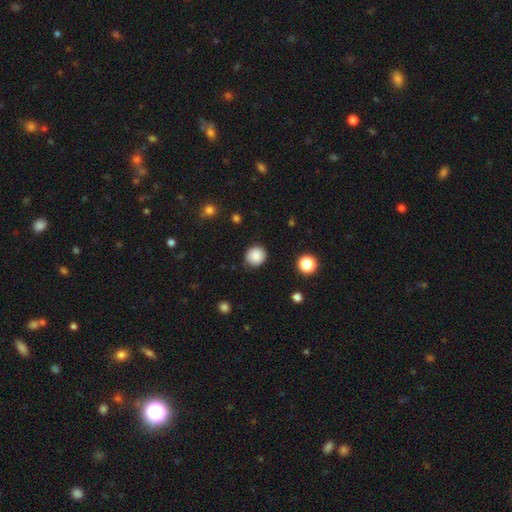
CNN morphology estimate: A smooth galaxy with no disk features (87%) that is round (86%).

Vote fractions:
- Smooth or featured? smooth: 87% / star or artifact: 9% / featured or disk: 4%
- How rounded? round: 86% / in between: 13% / cigar-shaped: 1%
- Merging? none: 85% / minor disturbance: 11% / major disturbance: 3% / merger: 1%